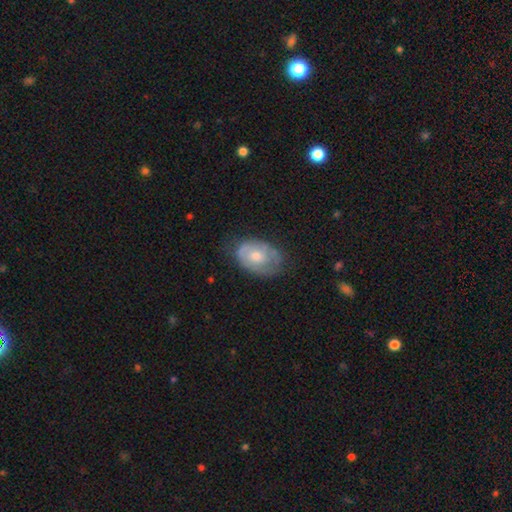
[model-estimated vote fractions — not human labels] Morphology: type=smooth (47%); merging=none (62%).